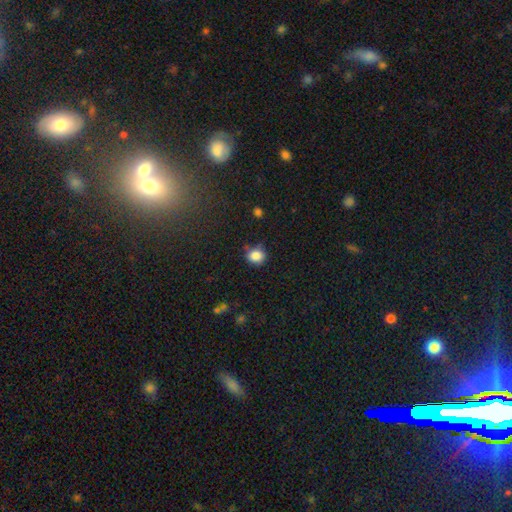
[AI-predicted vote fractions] Smooth or featured: smooth — 85% (star or artifact — 10%)
How rounded: round — 75% (in between — 24%)
Merging: none — 67% (minor disturbance — 24%)